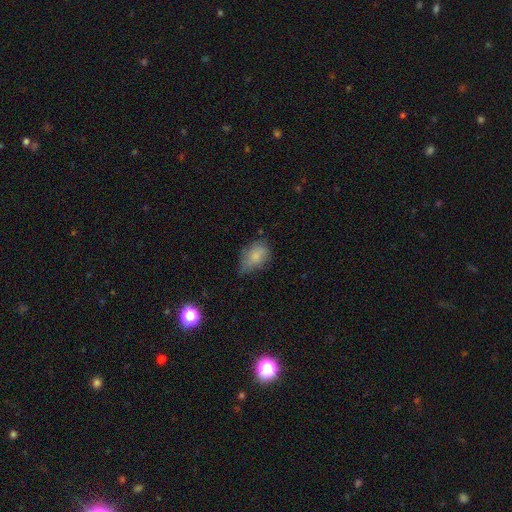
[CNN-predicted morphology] Smooth or featured? smooth (78%)
How rounded? in between (83%)
Merging? none (42%)